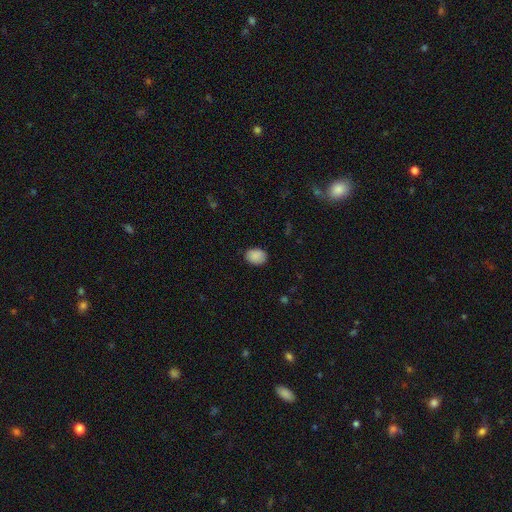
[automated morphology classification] Smooth or featured? Predicted: smooth (p=0.89). How rounded? Predicted: in between (p=0.64). Merging? Predicted: none (p=0.83).